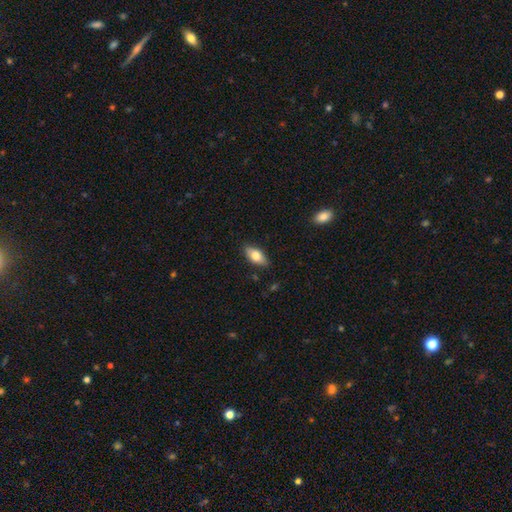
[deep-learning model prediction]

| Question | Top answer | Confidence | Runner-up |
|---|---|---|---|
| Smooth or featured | smooth | 74% | featured or disk (20%) |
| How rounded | in between | 86% | cigar-shaped (10%) |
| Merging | none | 86% | minor disturbance (11%) |